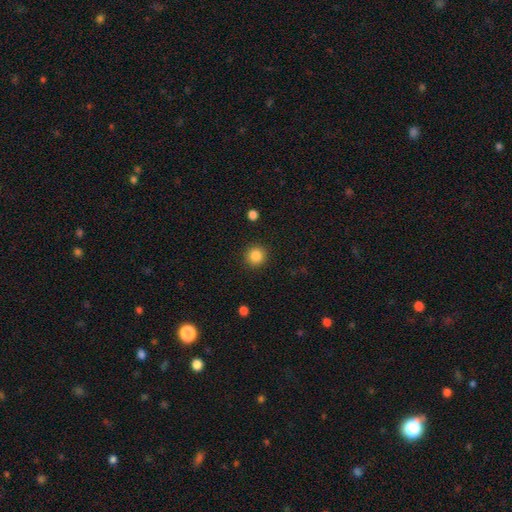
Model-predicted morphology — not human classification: A smooth galaxy with no disk features (86%) that is round (94%).

Vote fractions:
- Smooth or featured? smooth: 86% / star or artifact: 10% / featured or disk: 4%
- How rounded? round: 94% / in between: 6% / cigar-shaped: 1%
- Merging? none: 91% / minor disturbance: 5% / major disturbance: 2% / merger: 1%